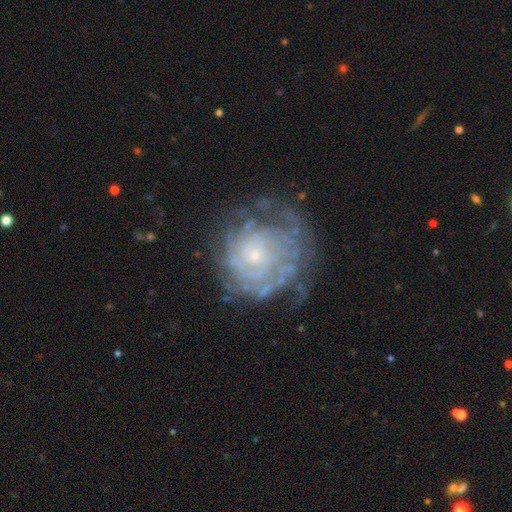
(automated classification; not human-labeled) Q: Smooth or featured?
A: featured or disk (80%); runner-up: smooth (12%)
Q: Edge-on disk?
A: no (97%); runner-up: yes (3%)
Q: Bar?
A: no (82%); runner-up: weak (14%)
Q: Spiral arms?
A: yes (85%); runner-up: no (15%)
Q: Spiral winding?
A: tight (74%); runner-up: medium (19%)
Q: Spiral arm count?
A: can't tell (48%); runner-up: more than 4 (15%)
Q: Bulge size?
A: small (82%); runner-up: moderate (12%)
Q: Merging?
A: none (62%); runner-up: minor disturbance (20%)